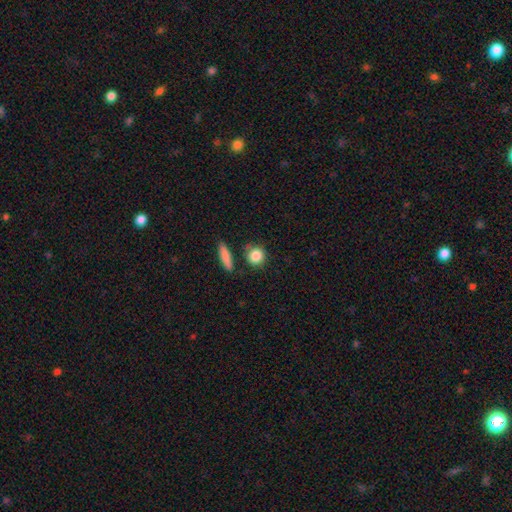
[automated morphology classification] Overall: smooth (86%). How rounded: round (81%). Merging: none (76%).